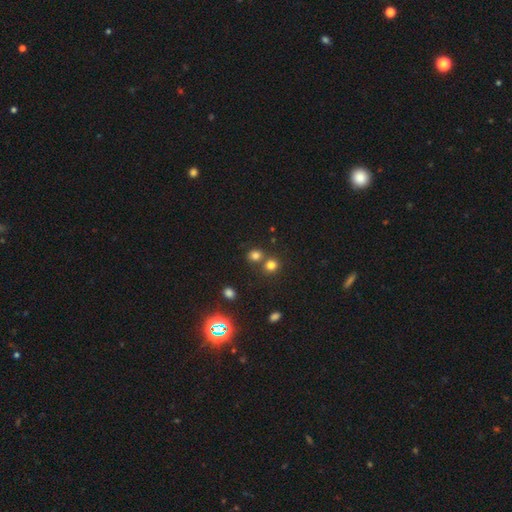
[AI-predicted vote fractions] smooth 74%, star or artifact 20%, featured or disk 7%. Down the decision tree: how rounded — round (79%); merging — none (61%).